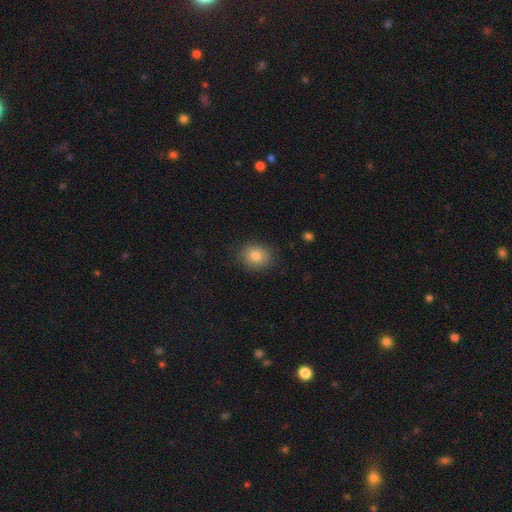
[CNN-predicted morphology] Smooth or featured? Predicted: smooth (p=0.82). How rounded? Predicted: round (p=0.61). Merging? Predicted: none (p=0.85).